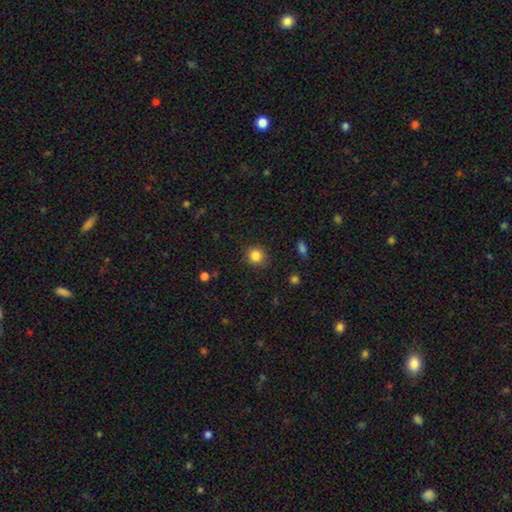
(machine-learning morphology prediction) smooth-or-featured: smooth: 85% | star or artifact: 11% | featured or disk: 4%
  how-rounded: round: 88% | in between: 11% | cigar-shaped: 1%
  merging: none: 85% | minor disturbance: 11% | major disturbance: 3% | merger: 1%